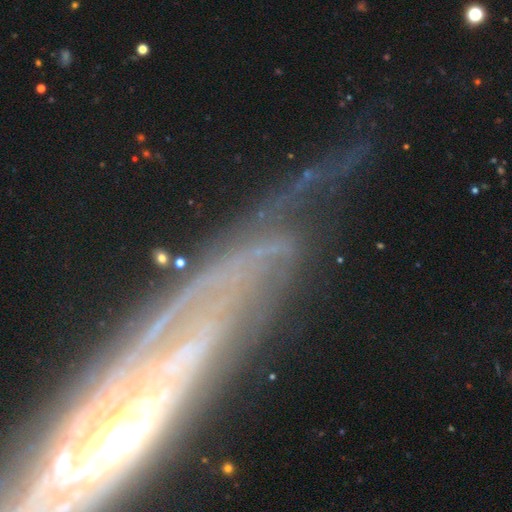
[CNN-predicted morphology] The model was most divided on "edge-on disk": no: 56%, yes: 44%. More confident: smooth or featured — featured or disk (74%); merging — none (65%).